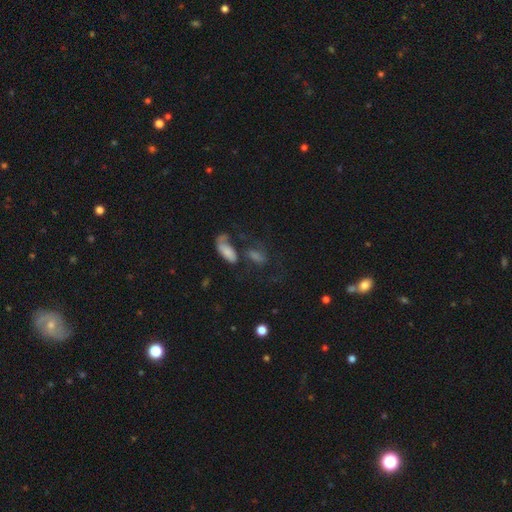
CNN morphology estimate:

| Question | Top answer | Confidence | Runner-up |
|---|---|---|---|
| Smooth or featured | smooth | 43% | featured or disk (34%) |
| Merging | merger | 34% | none (32%) |